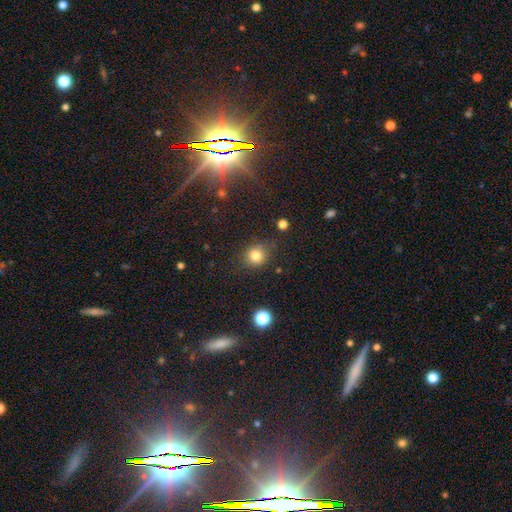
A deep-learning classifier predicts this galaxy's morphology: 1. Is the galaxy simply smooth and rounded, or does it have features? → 81% smooth, 12% star or artifact, 6% featured or disk.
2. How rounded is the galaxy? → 84% round, 15% in between, 1% cigar-shaped.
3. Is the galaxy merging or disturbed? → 80% none, 13% minor disturbance, 4% major disturbance, 3% merger.